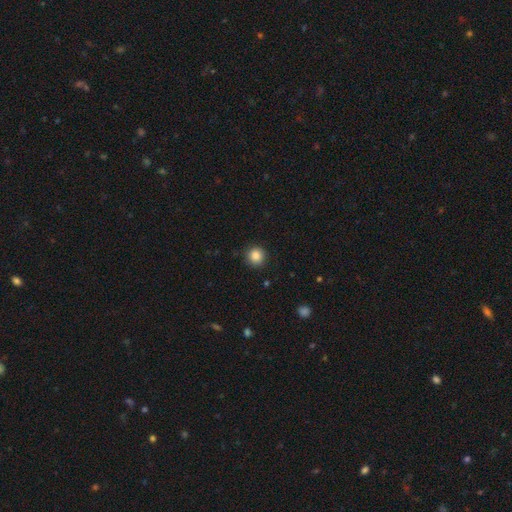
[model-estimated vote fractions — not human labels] A smooth galaxy with no disk features (87%) that is round (94%).

Vote fractions:
- Smooth or featured? smooth: 87% / star or artifact: 10% / featured or disk: 3%
- How rounded? round: 94% / in between: 5% / cigar-shaped: 1%
- Merging? none: 90% / minor disturbance: 6% / major disturbance: 2% / merger: 1%